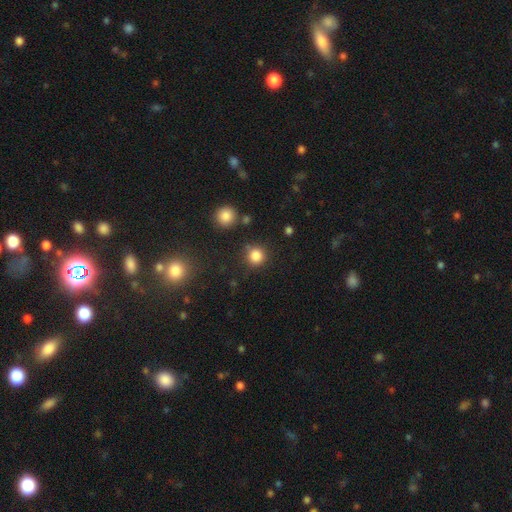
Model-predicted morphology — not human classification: Smooth or featured?
  - smooth: 83% *
  - star or artifact: 12%
  - featured or disk: 4%
How rounded?
  - round: 91% *
  - in between: 8%
  - cigar-shaped: 1%
Merging?
  - none: 82% *
  - minor disturbance: 10%
  - merger: 4%
  - major disturbance: 4%